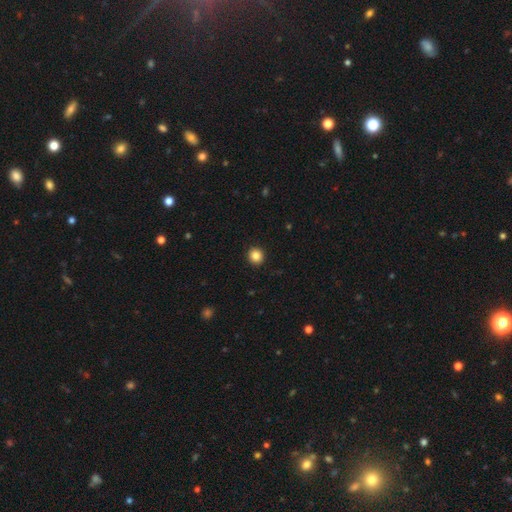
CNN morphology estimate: smooth 86%, star or artifact 10%, featured or disk 4%. Down the decision tree: how rounded — round (91%); merging — none (93%).